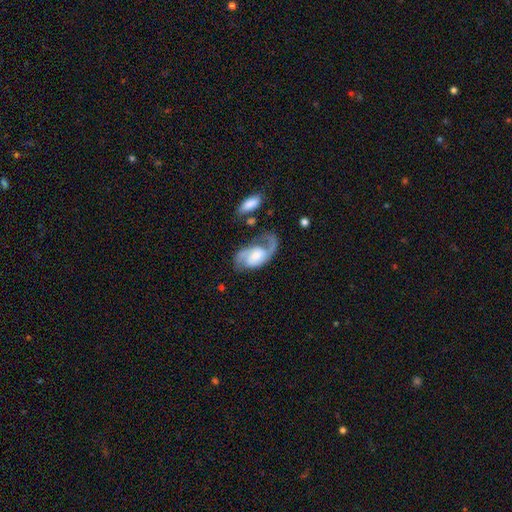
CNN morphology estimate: This appears to be a featured or disk galaxy (83%) with no bar (53%), 2 (83%) medium (49%) spiral arms (95%) and a moderate central bulge (33%). Merging: none (55%).